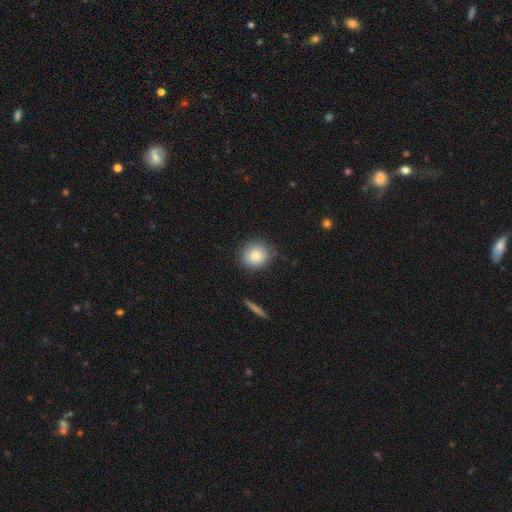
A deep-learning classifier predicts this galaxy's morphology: Smooth or featured? smooth (82%)
How rounded? round (85%)
Merging? none (81%)